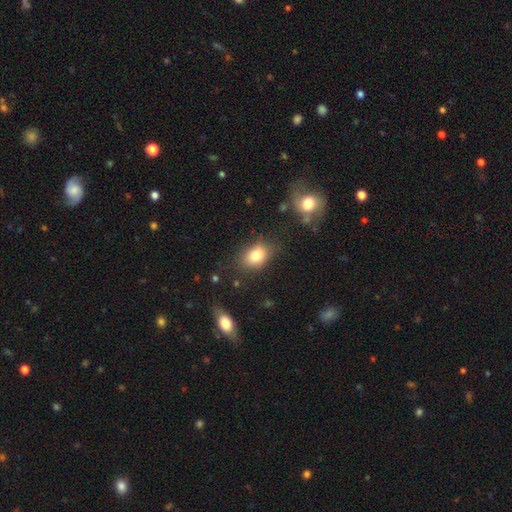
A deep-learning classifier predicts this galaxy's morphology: type=smooth (80%); roundness=in between (72%); merging=none (76%).